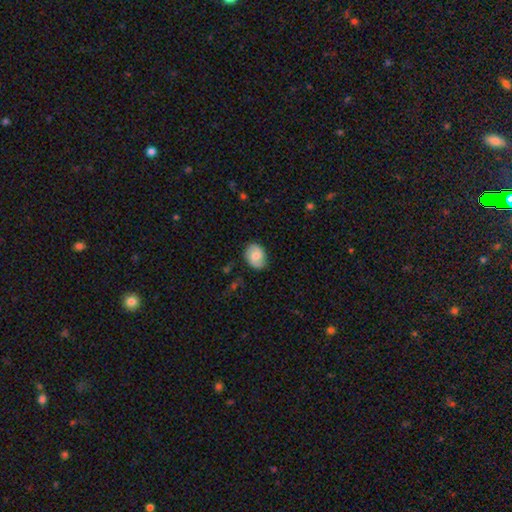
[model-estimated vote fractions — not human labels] Smooth or featured?
  - smooth: 55% *
  - featured or disk: 38%
  - star or artifact: 7%
How rounded?
  - in between: 60% *
  - round: 39%
  - cigar-shaped: 1%
Merging?
  - none: 77% *
  - minor disturbance: 17%
  - major disturbance: 4%
  - merger: 1%